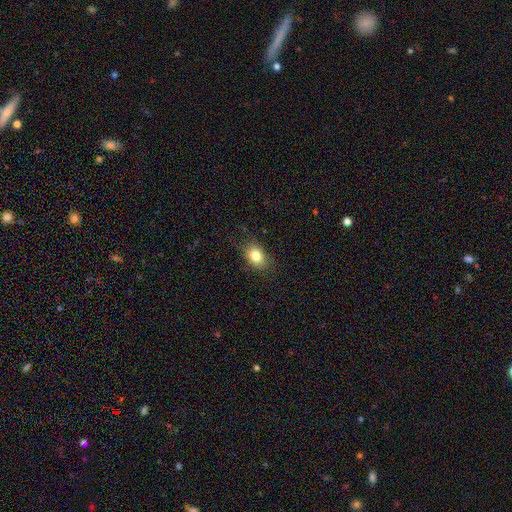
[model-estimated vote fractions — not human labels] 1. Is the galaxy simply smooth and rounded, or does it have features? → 81% smooth, 10% star or artifact, 9% featured or disk.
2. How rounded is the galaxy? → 72% in between, 26% round, 1% cigar-shaped.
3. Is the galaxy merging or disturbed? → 81% none, 14% minor disturbance, 4% major disturbance, 1% merger.